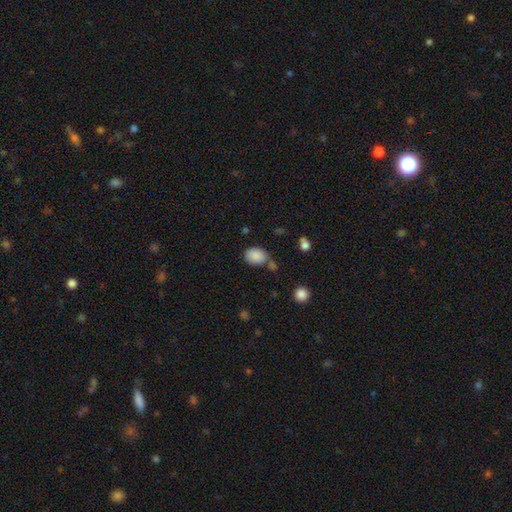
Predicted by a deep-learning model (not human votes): Smooth or featured? smooth (87%)
How rounded? in between (68%)
Merging? none (63%)